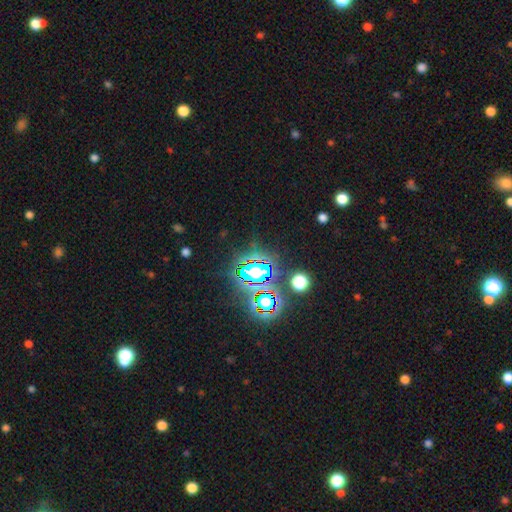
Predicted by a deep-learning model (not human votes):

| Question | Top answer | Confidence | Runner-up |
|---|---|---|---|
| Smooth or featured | star or artifact | 82% | smooth (11%) |